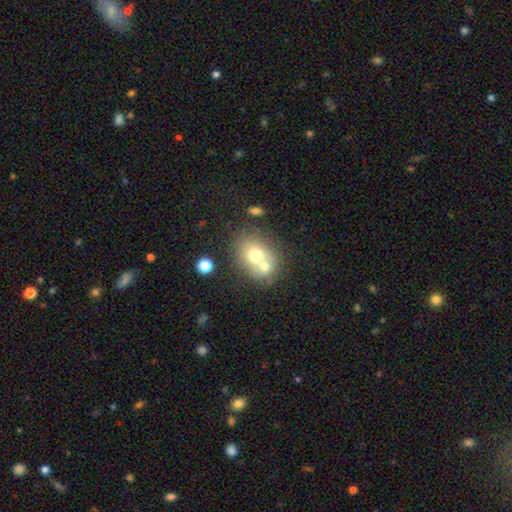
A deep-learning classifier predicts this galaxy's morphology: smooth_or_featured: smooth (p=0.67) [alt: featured or disk p=0.22]
how_rounded: round (p=0.58) [alt: in between p=0.41]
merging: merger (p=0.55) [alt: none p=0.33]